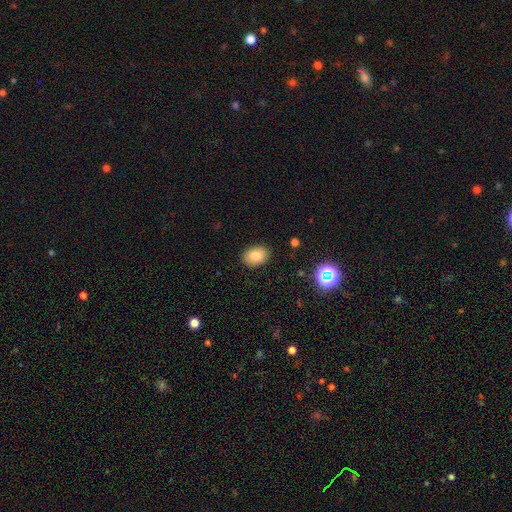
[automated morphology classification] smooth_or_featured: smooth (p=0.83) [alt: star or artifact p=0.10]
how_rounded: in between (p=0.76) [alt: round p=0.23]
merging: none (p=0.87) [alt: minor disturbance p=0.09]